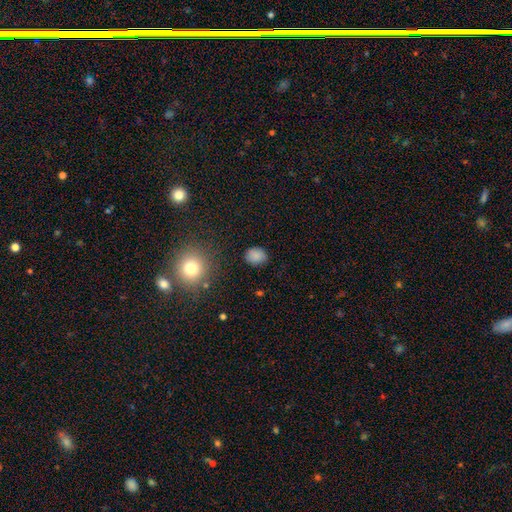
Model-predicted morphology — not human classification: smooth 85%, star or artifact 10%, featured or disk 4%. Down the decision tree: how rounded — round (59%); merging — none (85%).